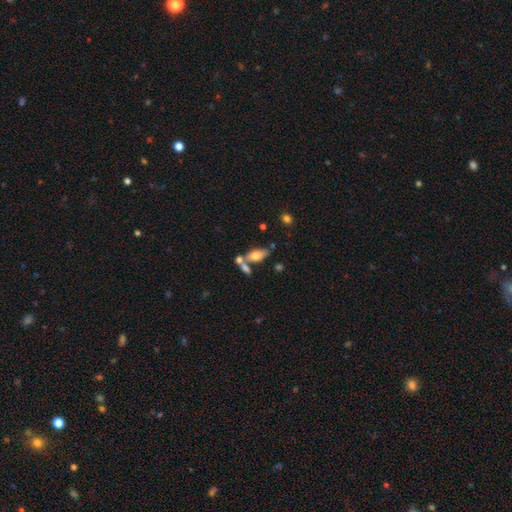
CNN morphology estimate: This appears to be a smooth galaxy with no disk features (68%) that is in between round and cigar-shaped (83%). Merging: none (49%).